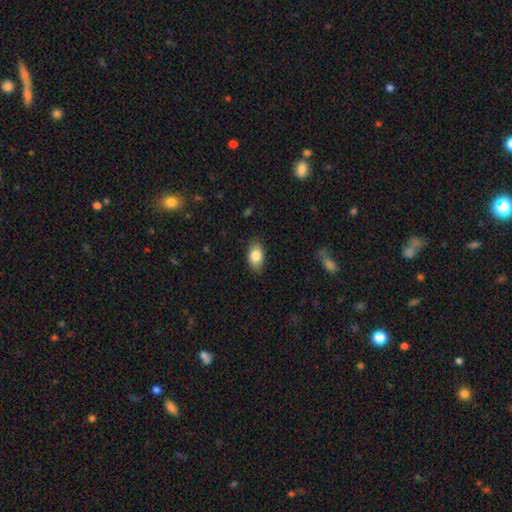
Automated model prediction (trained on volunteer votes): A smooth galaxy with no disk features (84%) that is in between round and cigar-shaped (89%). Merging: none (83%).